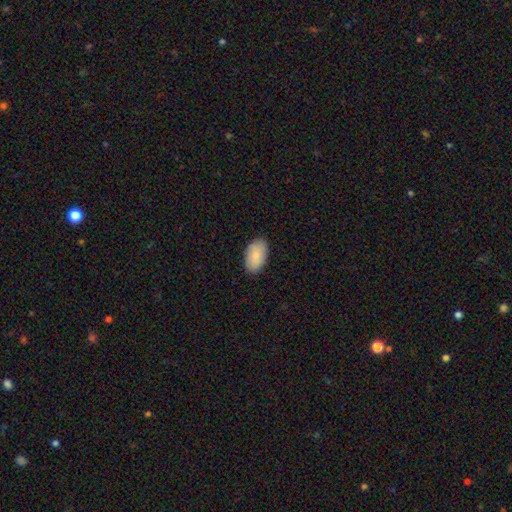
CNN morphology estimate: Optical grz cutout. It shows a smooth galaxy with no disk features (85%) that is in between round and cigar-shaped (94%). Merging: none (87%).